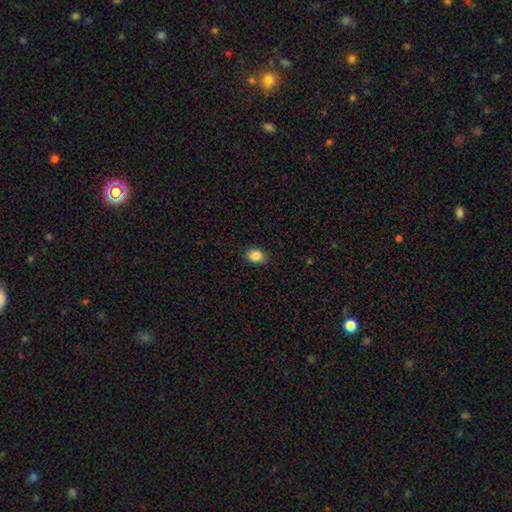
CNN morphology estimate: Overall: smooth (85%). How rounded: in between (66%; round 33%). Merging: none (89%).